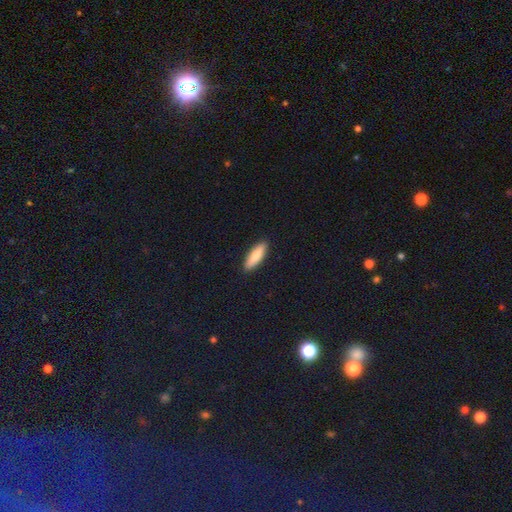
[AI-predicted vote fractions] A smooth galaxy with no disk features (81%) that is cigar-shaped (57%).

Vote fractions:
- Smooth or featured? smooth: 81% / featured or disk: 14% / star or artifact: 5%
- How rounded? cigar-shaped: 57% / in between: 41% / round: 2%
- Merging? none: 91% / minor disturbance: 7% / major disturbance: 1% / merger: 1%